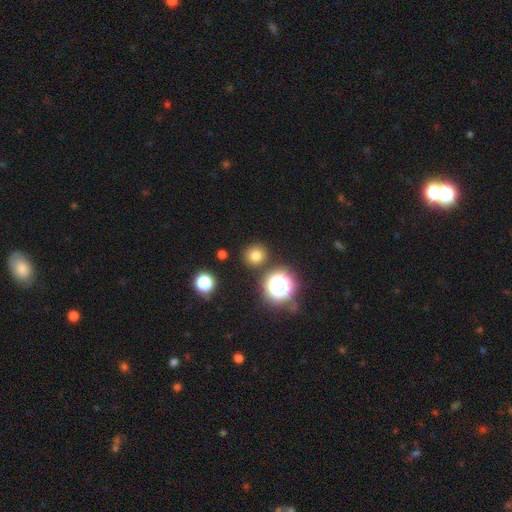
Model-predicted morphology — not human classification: Smooth or featured: smooth — 74% (star or artifact — 19%)
How rounded: round — 91% (in between — 8%)
Merging: none — 87% (minor disturbance — 7%)